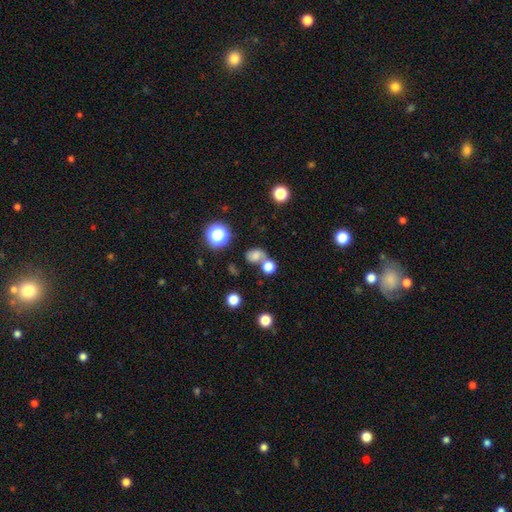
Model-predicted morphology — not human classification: type=smooth (69%); roundness=round (51%); merging=none (41%).